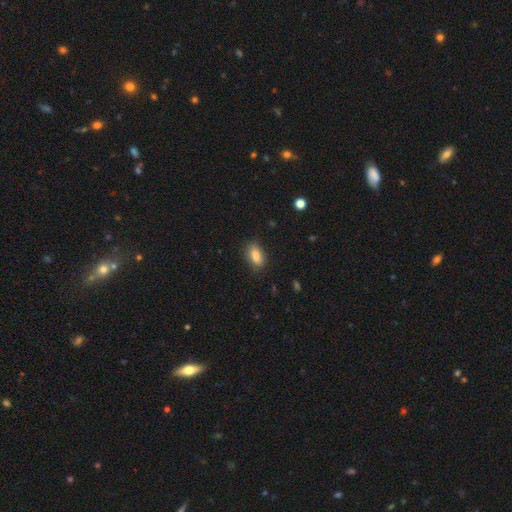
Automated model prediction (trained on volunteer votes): Morphology: type=smooth (84%); roundness=in between (86%); merging=none (83%).